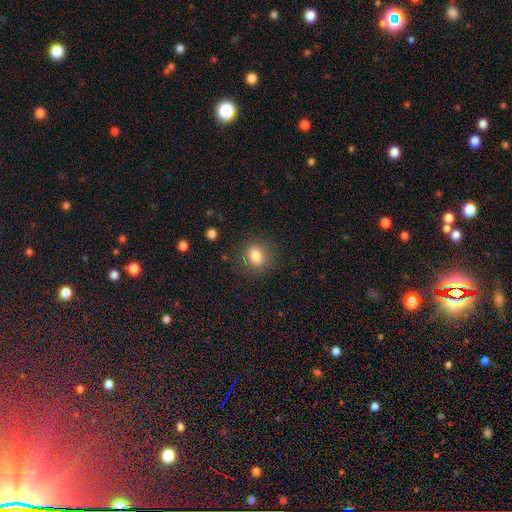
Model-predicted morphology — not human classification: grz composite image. It shows a smooth galaxy with no disk features (83%) that is round (69%). Merging: none (84%).